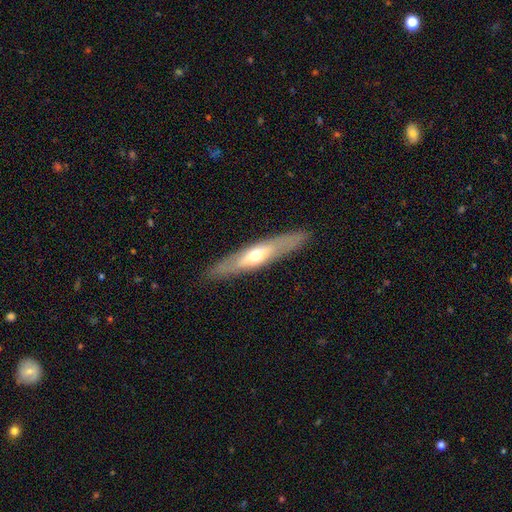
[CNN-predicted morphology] Smooth or featured?
  - featured or disk: 61% *
  - smooth: 33%
  - star or artifact: 7%
Edge-on disk?
  - yes: 78% *
  - no: 22%
Merging?
  - none: 89% *
  - minor disturbance: 8%
  - major disturbance: 2%
  - merger: 1%